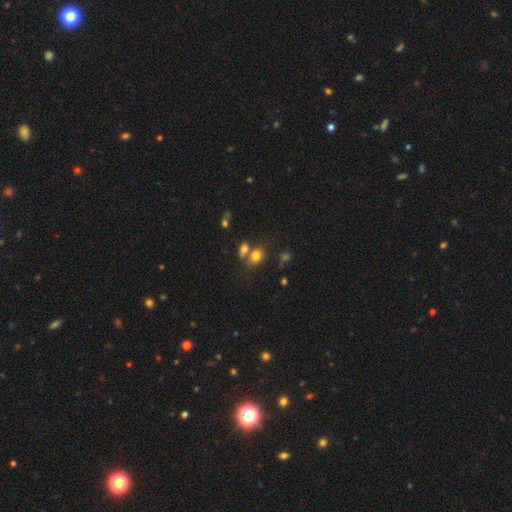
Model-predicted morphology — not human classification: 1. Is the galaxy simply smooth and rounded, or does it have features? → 77% smooth, 12% star or artifact, 11% featured or disk.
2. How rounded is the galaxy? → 70% in between, 28% round, 2% cigar-shaped.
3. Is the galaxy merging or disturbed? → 48% none, 35% merger, 12% minor disturbance, 5% major disturbance.